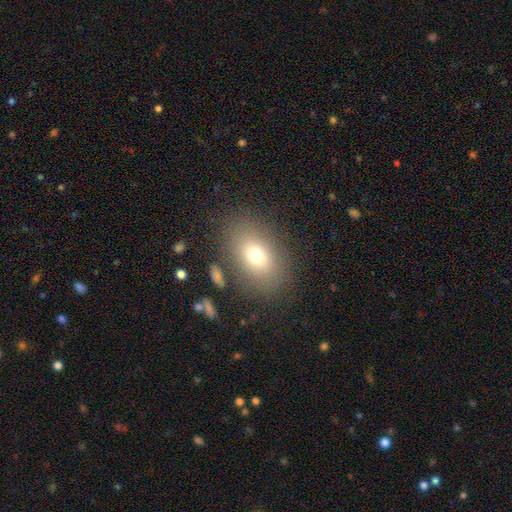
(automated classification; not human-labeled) Morphology: type=smooth (71%); roundness=in between (78%); merging=none (80%).